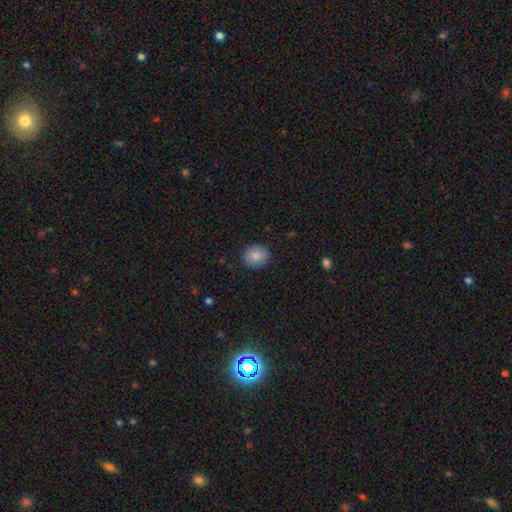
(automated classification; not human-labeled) A smooth galaxy with no disk features (85%) that is round (82%).

Vote fractions:
- Smooth or featured? smooth: 85% / star or artifact: 8% / featured or disk: 7%
- How rounded? round: 82% / in between: 17% / cigar-shaped: 1%
- Merging? none: 90% / minor disturbance: 7% / major disturbance: 2% / merger: 1%